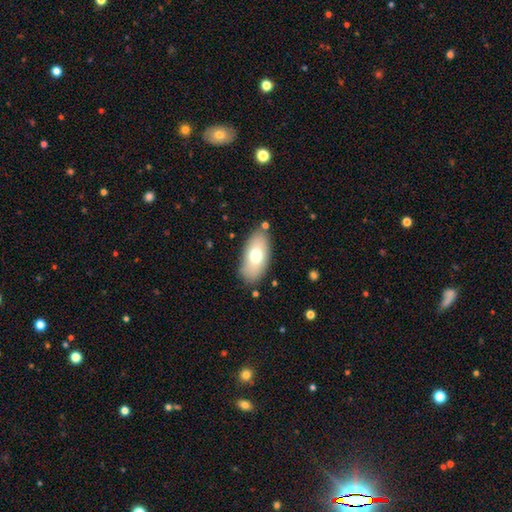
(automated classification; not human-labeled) The model was most divided on "smooth or featured": smooth: 69%, featured or disk: 23%, star or artifact: 7%. More confident: how rounded — in between (91%); merging — none (82%).